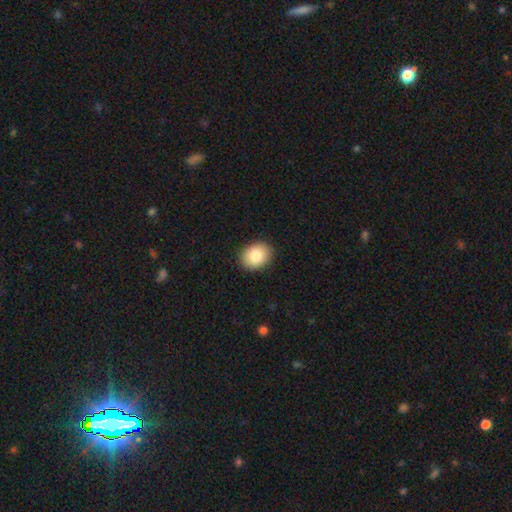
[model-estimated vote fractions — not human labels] Smooth or featured? smooth (84%)
How rounded? in between (56%)
Merging? none (90%)